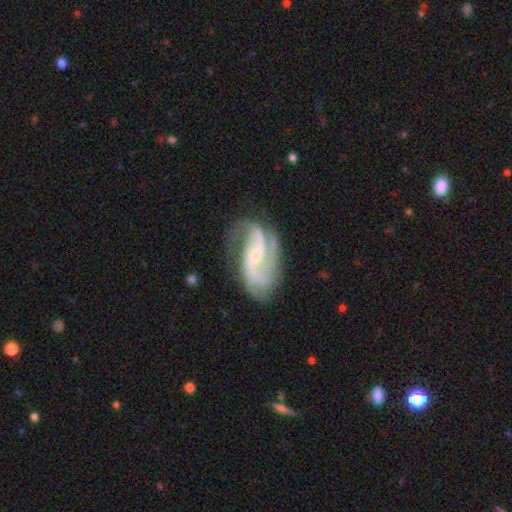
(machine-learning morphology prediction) A featured or disk galaxy (90%) with a weak bar (40%), 2 (63%) medium (52%) spiral arms (97%) and a small central bulge (70%). Merging: none (64%).